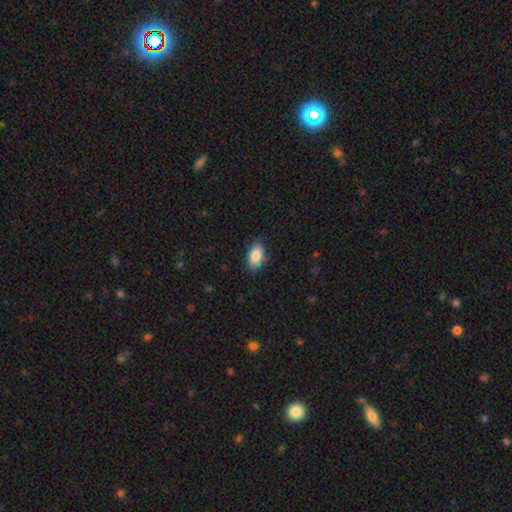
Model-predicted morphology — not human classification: smooth 88%, star or artifact 7%, featured or disk 5%. Down the decision tree: how rounded — in between (93%); merging — none (84%).